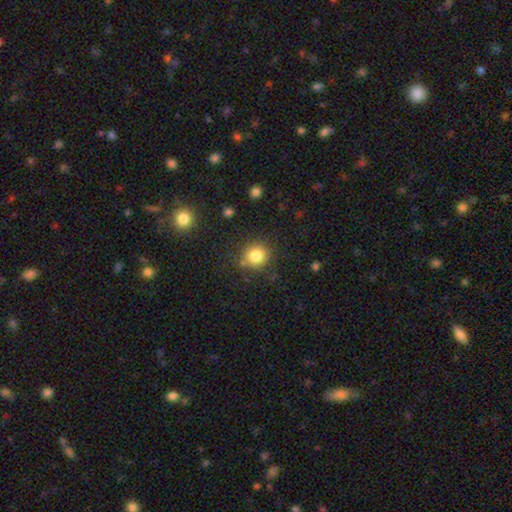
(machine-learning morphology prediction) Smooth or featured?
  - smooth: 82% *
  - star or artifact: 11%
  - featured or disk: 7%
How rounded?
  - round: 87% *
  - in between: 12%
  - cigar-shaped: 1%
Merging?
  - none: 83% *
  - minor disturbance: 10%
  - major disturbance: 3%
  - merger: 3%